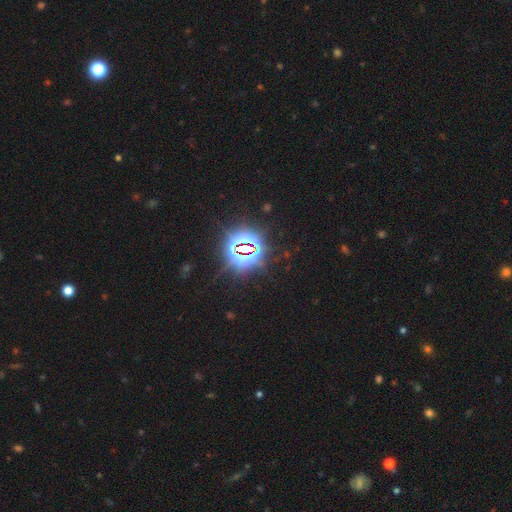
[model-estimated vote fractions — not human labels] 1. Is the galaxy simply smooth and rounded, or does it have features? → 82% star or artifact, 10% smooth, 8% featured or disk.